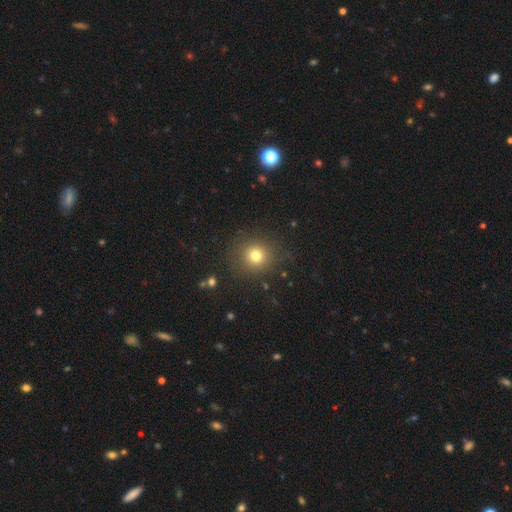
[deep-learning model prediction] Smooth or featured? Predicted: smooth (p=0.75). How rounded? Predicted: round (p=0.90). Merging? Predicted: none (p=0.87).